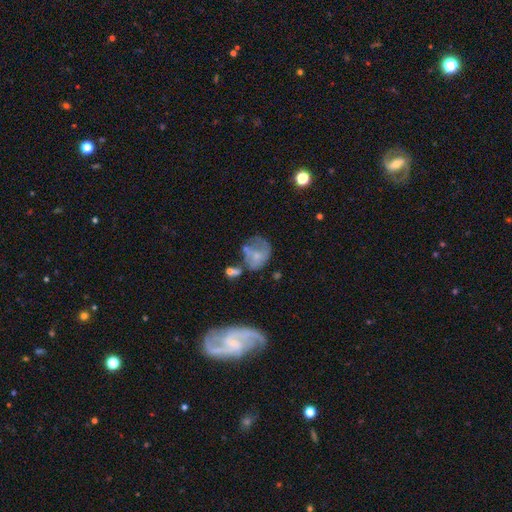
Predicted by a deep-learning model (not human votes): Smooth or featured? smooth (49%)
Merging? major disturbance (33%)